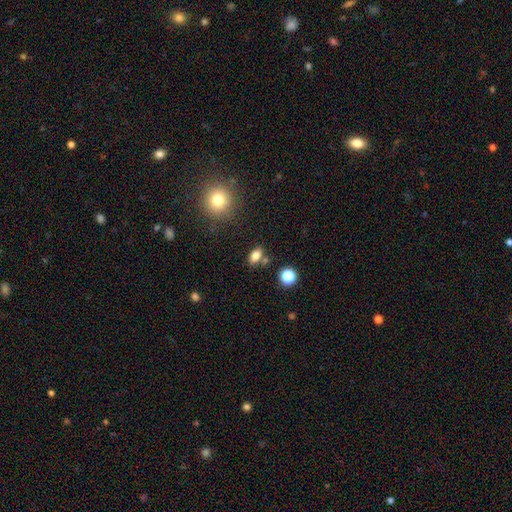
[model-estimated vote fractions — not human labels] A smooth galaxy with no disk features (79%) that is in between round and cigar-shaped (82%).

Vote fractions:
- Smooth or featured? smooth: 79% / star or artifact: 11% / featured or disk: 9%
- How rounded? in between: 82% / round: 15% / cigar-shaped: 3%
- Merging? none: 73% / merger: 12% / minor disturbance: 12% / major disturbance: 3%